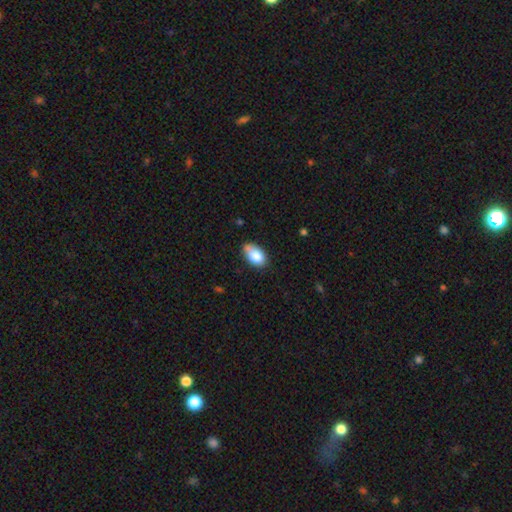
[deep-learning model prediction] A smooth galaxy with no disk features (83%) that is in between round and cigar-shaped (91%).

Vote fractions:
- Smooth or featured? smooth: 83% / featured or disk: 9% / star or artifact: 7%
- How rounded? in between: 91% / round: 8% / cigar-shaped: 2%
- Merging? none: 63% / minor disturbance: 28% / major disturbance: 5% / merger: 4%